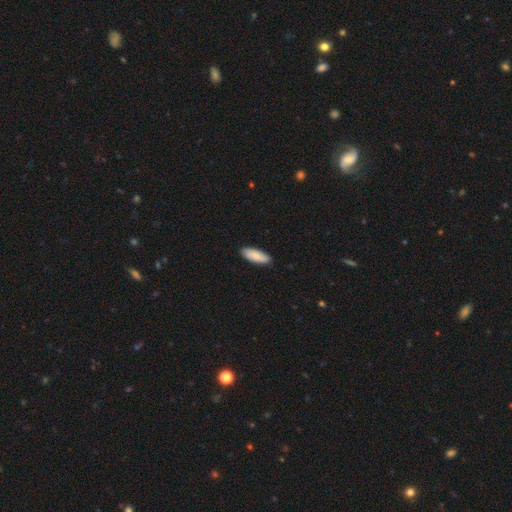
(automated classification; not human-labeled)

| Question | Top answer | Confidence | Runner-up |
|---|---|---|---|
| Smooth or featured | smooth | 85% | featured or disk (10%) |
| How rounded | in between | 70% | cigar-shaped (29%) |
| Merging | none | 88% | minor disturbance (10%) |